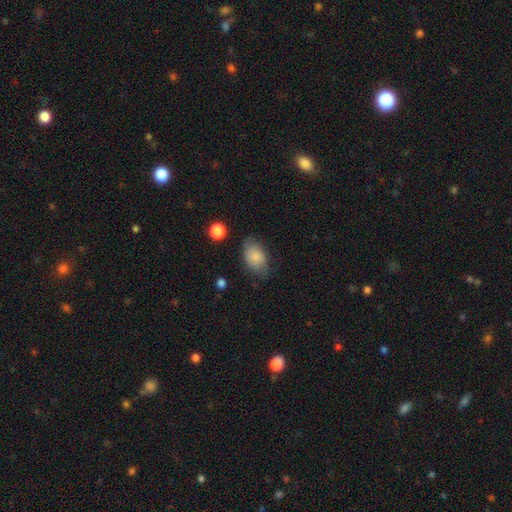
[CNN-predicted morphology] Smooth or featured: smooth — 81% (featured or disk — 12%)
How rounded: in between — 88% (round — 10%)
Merging: none — 68% (minor disturbance — 24%)